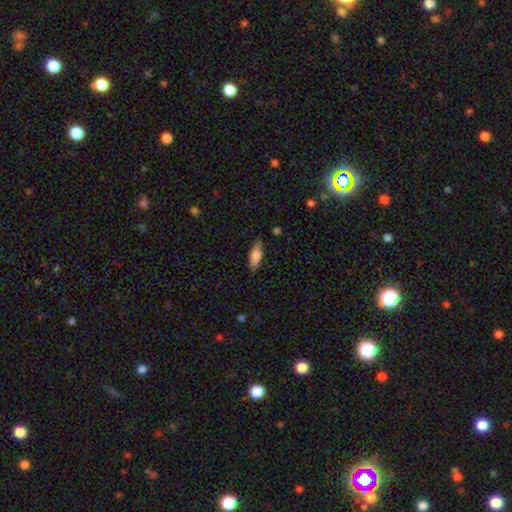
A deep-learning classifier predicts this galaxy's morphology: This appears to be a smooth galaxy with no disk features (76%) that is in between round and cigar-shaped (66%). Merging: none (79%).